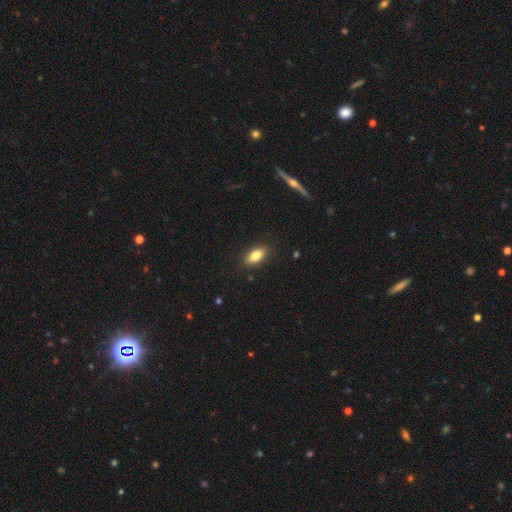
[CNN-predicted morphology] Smooth or featured? Predicted: smooth (p=0.80). How rounded? Predicted: in between (p=0.83). Merging? Predicted: none (p=0.88).